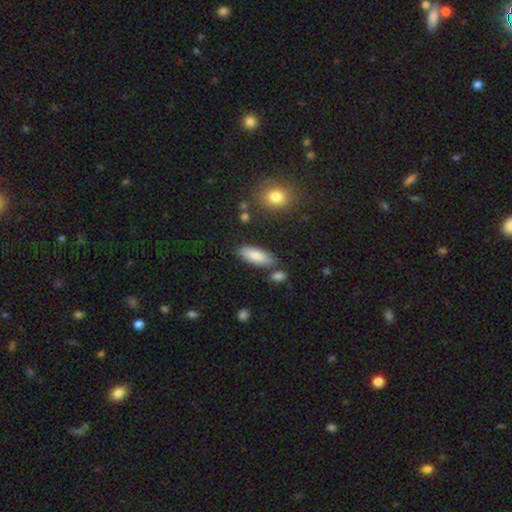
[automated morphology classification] A smooth galaxy with no disk features (82%) that is in between round and cigar-shaped (68%).

Vote fractions:
- Smooth or featured? smooth: 82% / featured or disk: 11% / star or artifact: 6%
- How rounded? in between: 68% / cigar-shaped: 30% / round: 2%
- Merging? none: 78% / minor disturbance: 13% / merger: 7% / major disturbance: 3%